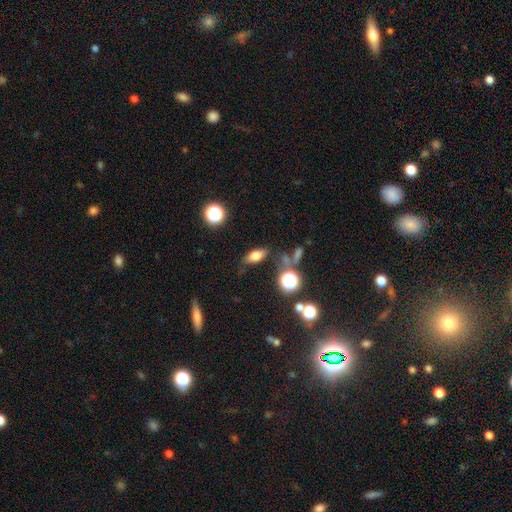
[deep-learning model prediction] This appears to be a smooth galaxy with no disk features (72%) that is in between round and cigar-shaped (76%). Merging: none (72%).